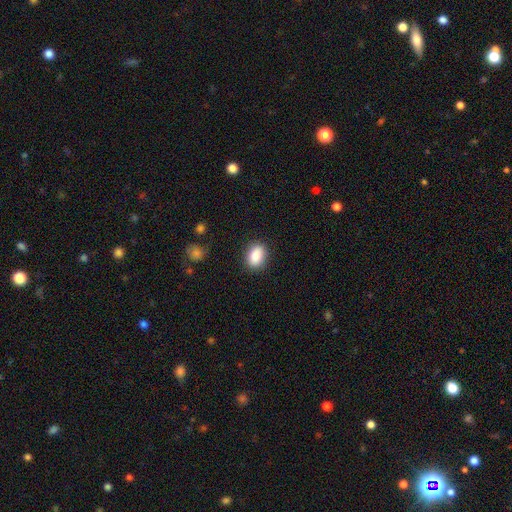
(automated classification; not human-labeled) Smooth or featured? Predicted: smooth (p=0.89). How rounded? Predicted: in between (p=0.80). Merging? Predicted: none (p=0.85).